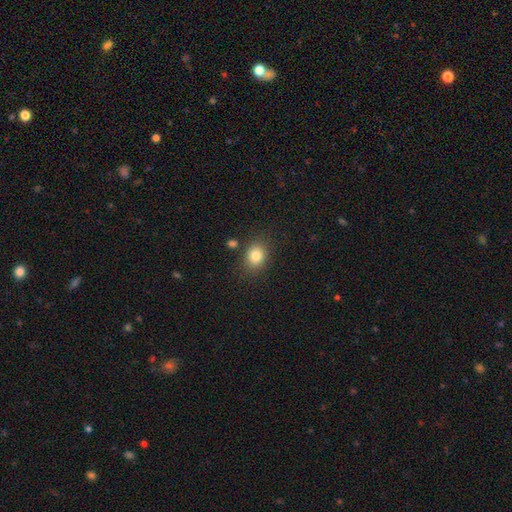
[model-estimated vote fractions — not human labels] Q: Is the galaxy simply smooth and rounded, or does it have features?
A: smooth — 82%.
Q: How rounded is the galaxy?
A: round — 51%.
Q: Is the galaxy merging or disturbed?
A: none — 80%.